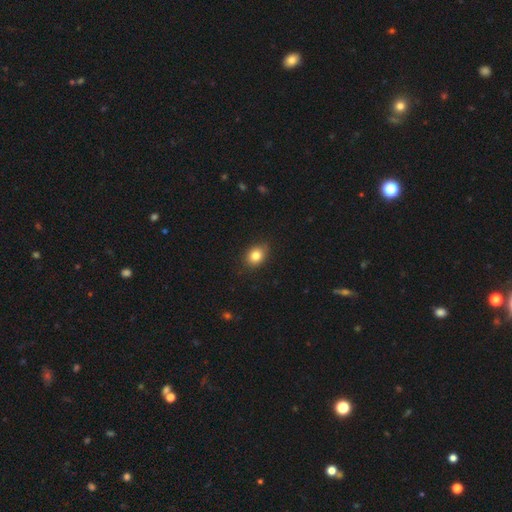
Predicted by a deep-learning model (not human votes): smooth-or-featured: smooth: 83% | star or artifact: 9% | featured or disk: 7%
  how-rounded: in between: 64% | round: 35% | cigar-shaped: 1%
  merging: none: 84% | minor disturbance: 13% | major disturbance: 2% | merger: 1%